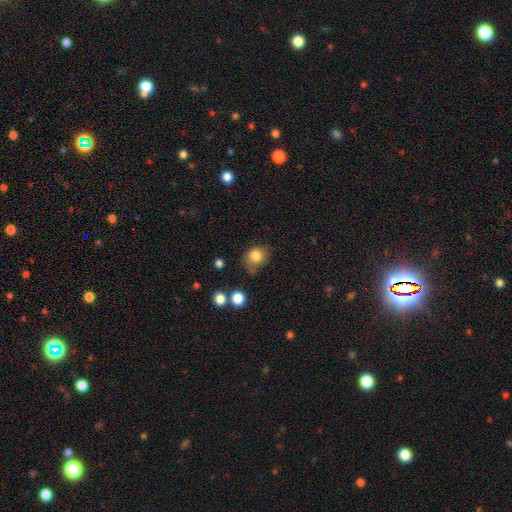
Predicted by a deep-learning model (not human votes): A smooth galaxy with no disk features (82%) that is round (64%).

Vote fractions:
- Smooth or featured? smooth: 82% / star or artifact: 10% / featured or disk: 8%
- How rounded? round: 64% / in between: 35% / cigar-shaped: 1%
- Merging? none: 58% / minor disturbance: 28% / major disturbance: 10% / merger: 5%